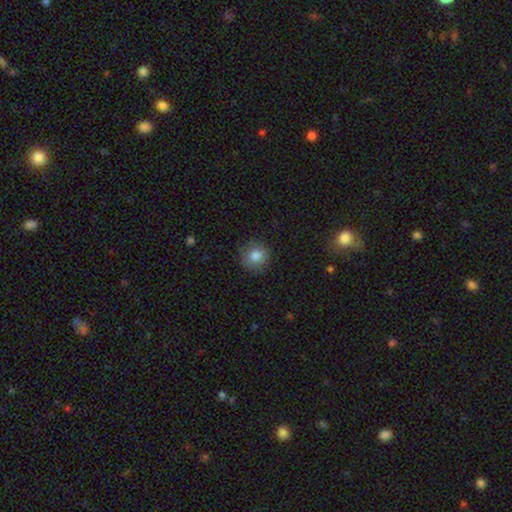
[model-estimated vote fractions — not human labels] Smooth or featured? smooth (84%)
How rounded? round (92%)
Merging? none (85%)